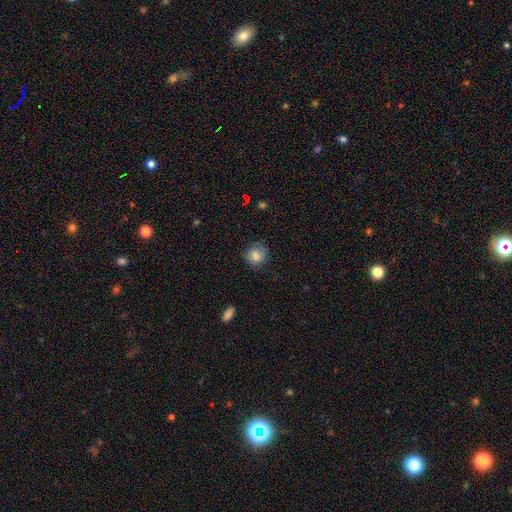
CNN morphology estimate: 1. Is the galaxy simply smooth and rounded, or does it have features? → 76% smooth, 14% featured or disk, 9% star or artifact.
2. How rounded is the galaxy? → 72% round, 27% in between, 1% cigar-shaped.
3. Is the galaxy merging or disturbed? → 72% none, 21% minor disturbance, 6% major disturbance, 1% merger.